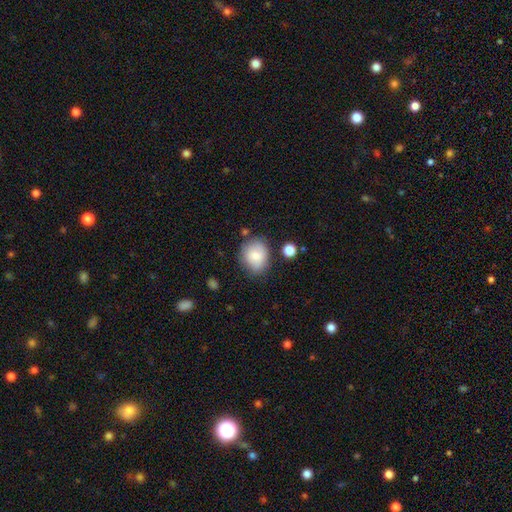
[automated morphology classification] Smooth or featured? smooth (81%)
How rounded? round (60%)
Merging? none (68%)